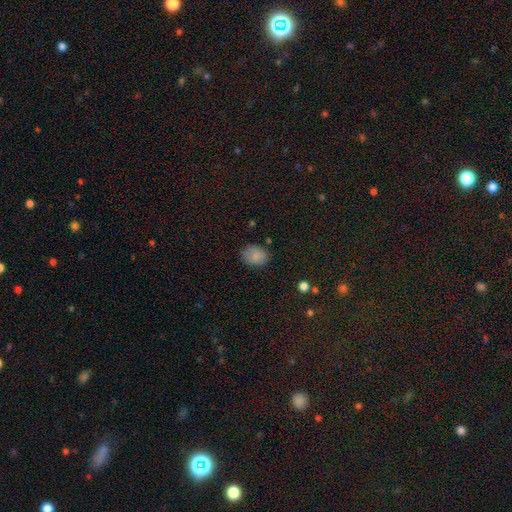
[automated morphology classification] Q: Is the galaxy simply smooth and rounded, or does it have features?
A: smooth — 83%.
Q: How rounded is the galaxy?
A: in between — 55%.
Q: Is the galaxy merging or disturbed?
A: none — 76%.